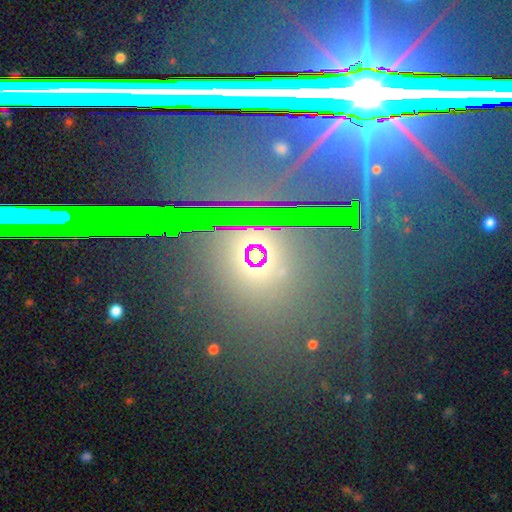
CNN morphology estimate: type=star or artifact (66%).